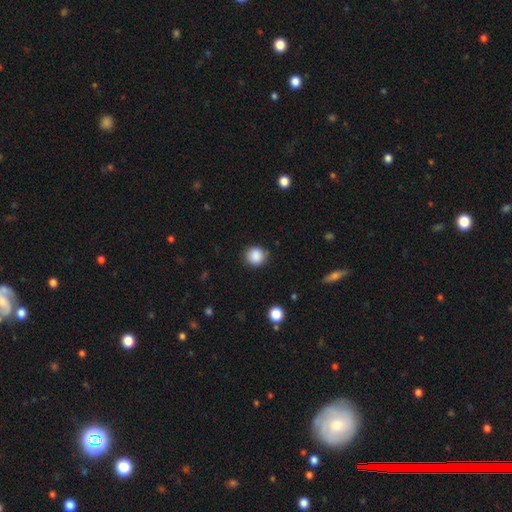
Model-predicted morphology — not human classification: The model was most divided on "merging": none: 86%, minor disturbance: 10%, major disturbance: 3%, merger: 1%. More confident: how rounded — round (88%); smooth or featured — smooth (87%).